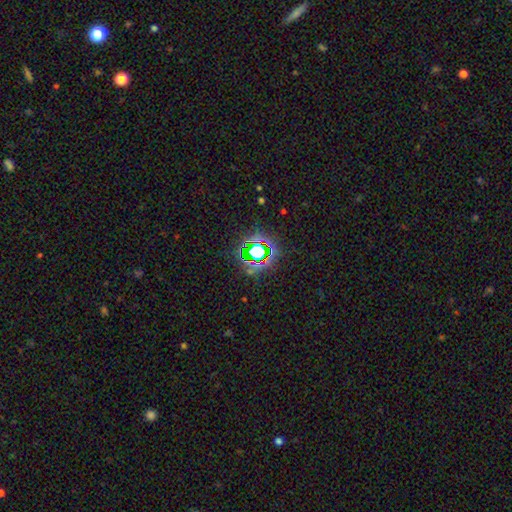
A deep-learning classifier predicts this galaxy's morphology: A star or artifact, not a galaxy (69%).

Vote fractions:
- Smooth or featured? star or artifact: 69% / smooth: 20% / featured or disk: 11%